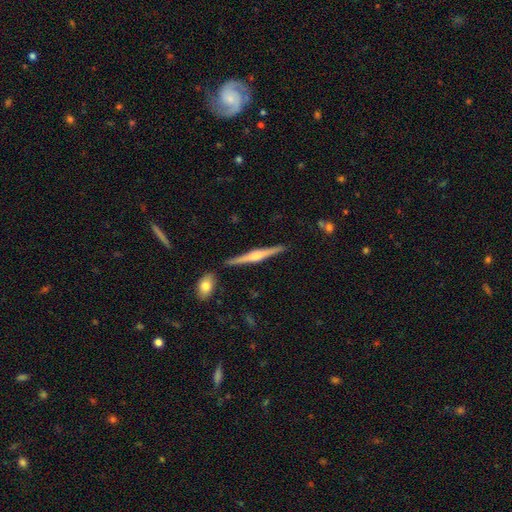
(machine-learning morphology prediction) Overall: featured or disk (72%). Edge-on disk: yes (98%). Edge-on bulge: rounded (76%). Merging: none (88%).